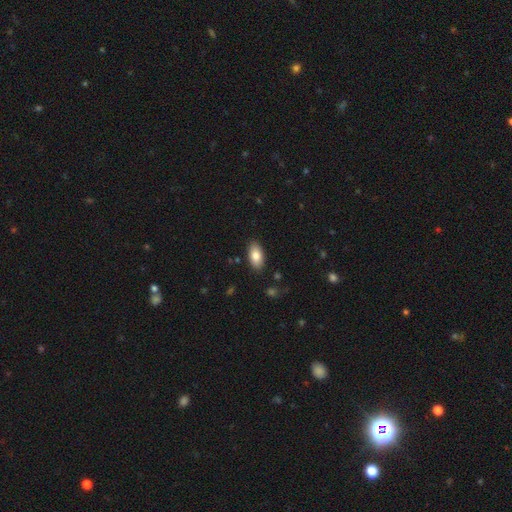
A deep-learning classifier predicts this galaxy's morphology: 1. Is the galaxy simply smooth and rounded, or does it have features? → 82% smooth, 11% featured or disk, 7% star or artifact.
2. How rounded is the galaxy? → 93% in between, 4% cigar-shaped, 3% round.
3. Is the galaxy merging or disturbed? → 87% none, 10% minor disturbance, 2% major disturbance, 1% merger.